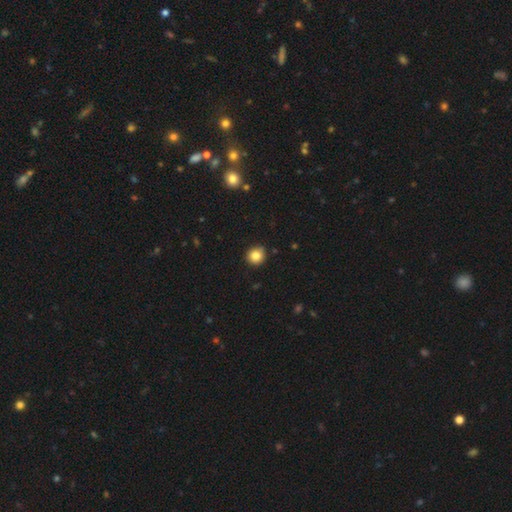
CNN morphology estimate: Smooth or featured? smooth (83%)
How rounded? round (90%)
Merging? none (88%)